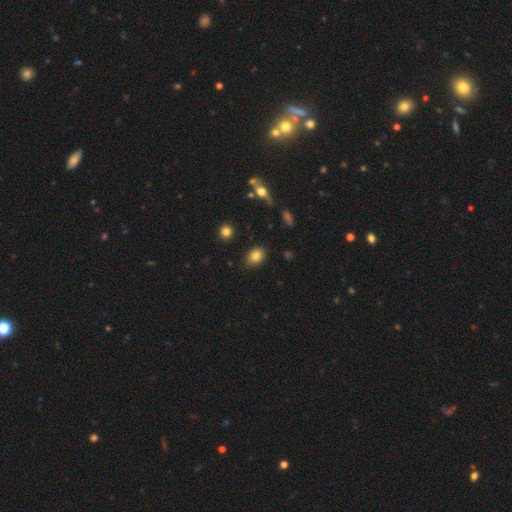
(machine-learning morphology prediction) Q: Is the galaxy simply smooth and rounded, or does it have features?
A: smooth — 82%.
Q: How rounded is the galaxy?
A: in between — 76%.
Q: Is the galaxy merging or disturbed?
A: none — 81%.